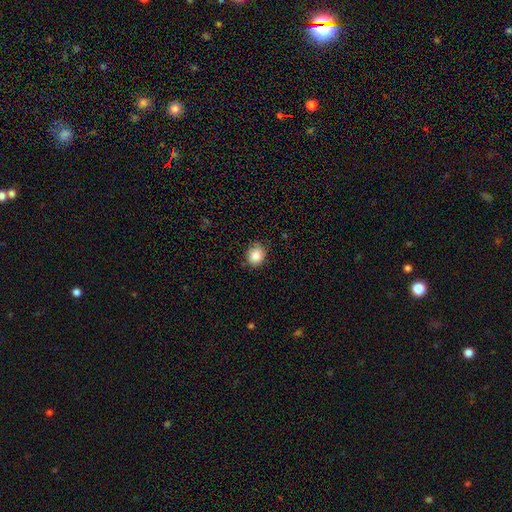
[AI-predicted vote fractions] smooth-or-featured: smooth: 86% | star or artifact: 9% | featured or disk: 5%
  how-rounded: round: 68% | in between: 32% | cigar-shaped: 1%
  merging: none: 78% | minor disturbance: 18% | major disturbance: 3% | merger: 1%